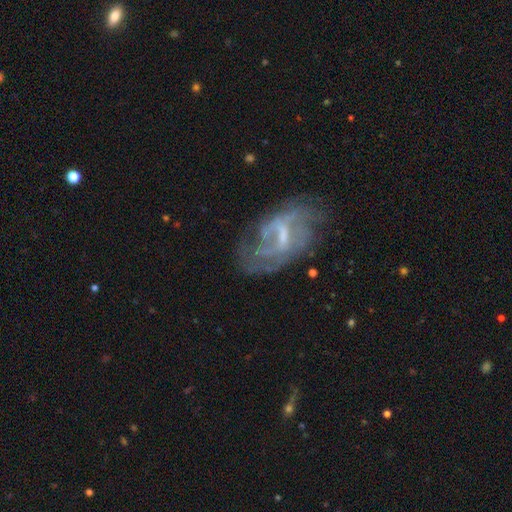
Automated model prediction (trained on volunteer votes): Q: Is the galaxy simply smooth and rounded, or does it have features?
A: featured or disk — 77%.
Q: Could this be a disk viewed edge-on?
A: no — 95%.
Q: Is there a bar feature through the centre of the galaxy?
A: weak — 52%.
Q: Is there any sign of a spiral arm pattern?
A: yes — 73%.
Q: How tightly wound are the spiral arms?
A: medium — 40%.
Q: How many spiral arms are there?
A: can't tell — 40%.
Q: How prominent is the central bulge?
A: small — 45%.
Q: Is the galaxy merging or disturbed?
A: none — 53%.